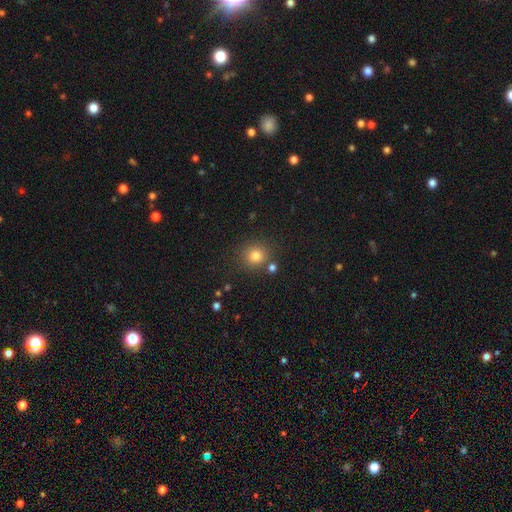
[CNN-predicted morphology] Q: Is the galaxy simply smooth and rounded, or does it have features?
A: smooth — 79%.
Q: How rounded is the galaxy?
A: round — 88%.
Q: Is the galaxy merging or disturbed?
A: none — 80%.